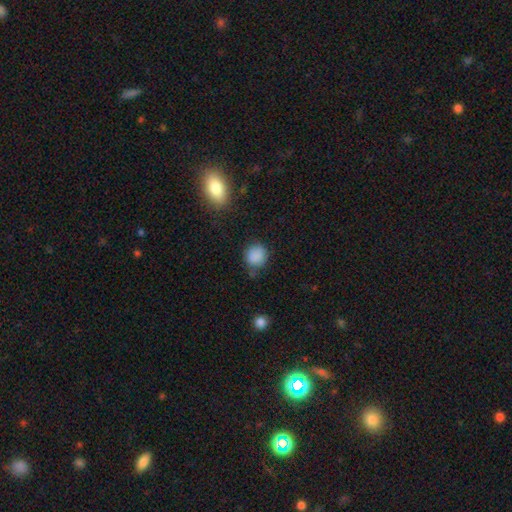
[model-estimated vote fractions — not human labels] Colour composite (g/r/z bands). It shows a smooth galaxy with no disk features (85%) that is round (84%). Merging: none (72%).